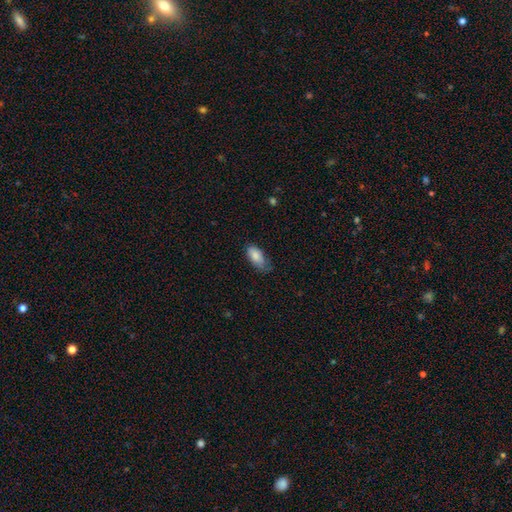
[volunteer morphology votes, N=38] This appears to be a smooth galaxy with no disk features (74%) that is in between round and cigar-shaped (96%). Merging: none (42%).